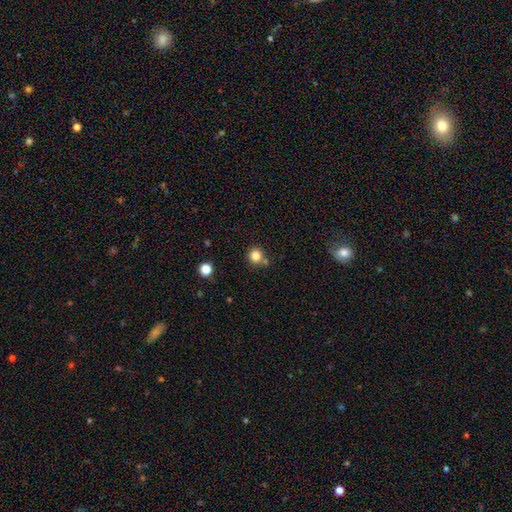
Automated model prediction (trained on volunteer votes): A smooth galaxy with no disk features (82%) that is round (92%). Merging: none (72%).